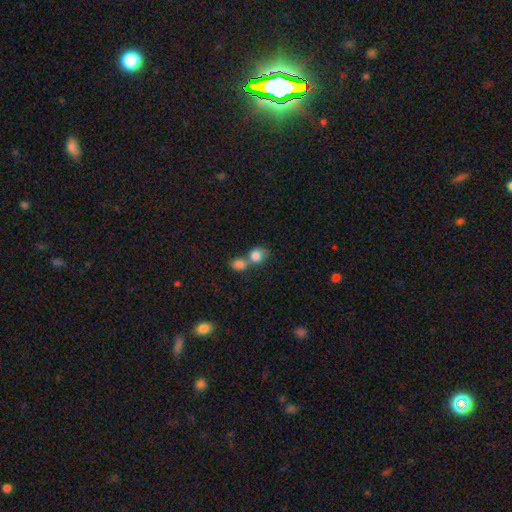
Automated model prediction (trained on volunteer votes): A smooth galaxy with no disk features (82%) that is round (62%). Merging: merger (65%).